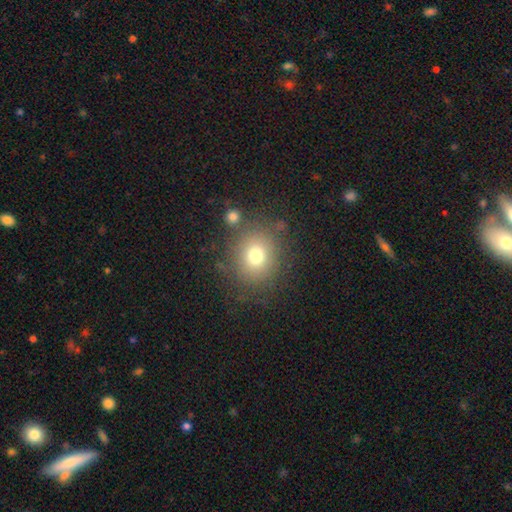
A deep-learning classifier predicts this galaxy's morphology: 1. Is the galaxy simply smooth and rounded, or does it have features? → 73% smooth, 14% star or artifact, 13% featured or disk.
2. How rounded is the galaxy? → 76% round, 23% in between, 1% cigar-shaped.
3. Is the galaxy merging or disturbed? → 78% none, 11% minor disturbance, 6% major disturbance, 5% merger.